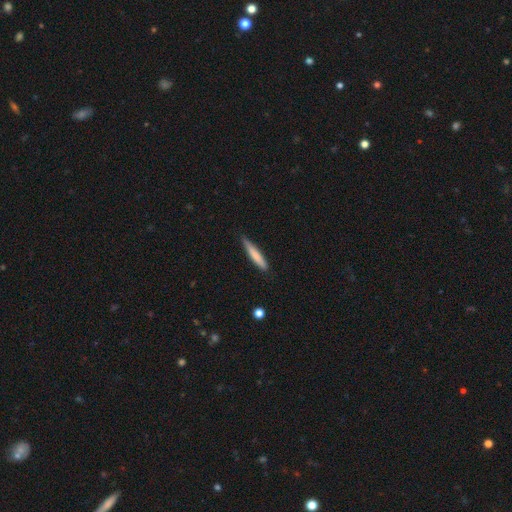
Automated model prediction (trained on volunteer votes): smooth_or_featured: smooth (p=0.76) [alt: featured or disk p=0.19]
how_rounded: cigar-shaped (p=0.93) [alt: in between p=0.06]
merging: none (p=0.80) [alt: minor disturbance p=0.17]